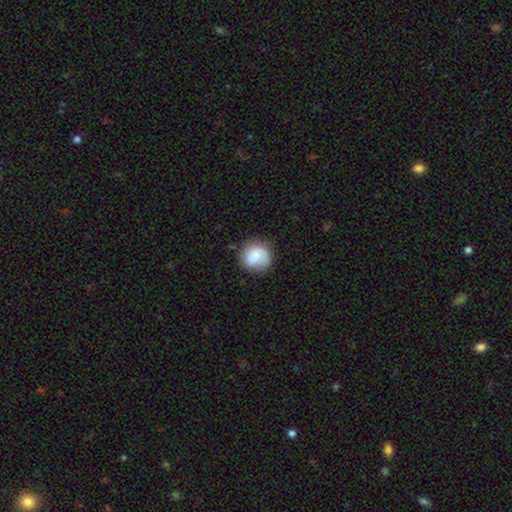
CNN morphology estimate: This appears to be a smooth galaxy with no disk features (79%) that is round (88%). Merging: none (73%).